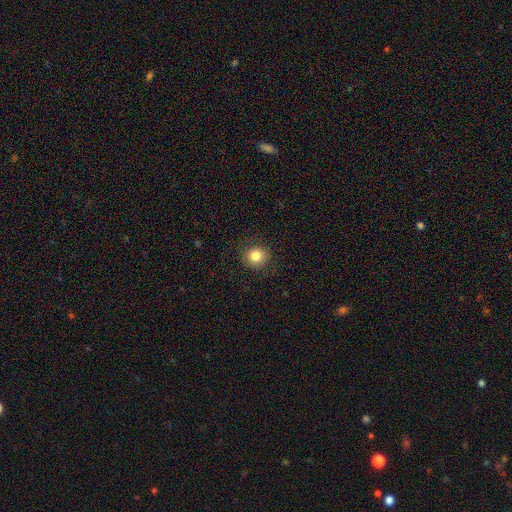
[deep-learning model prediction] Smooth or featured?
  - smooth: 83% *
  - star or artifact: 11%
  - featured or disk: 7%
How rounded?
  - round: 86% *
  - in between: 13%
  - cigar-shaped: 1%
Merging?
  - none: 88% *
  - minor disturbance: 9%
  - major disturbance: 3%
  - merger: 1%